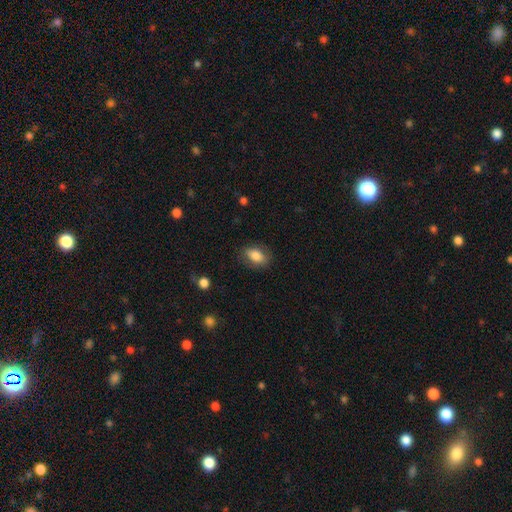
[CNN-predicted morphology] A smooth galaxy with no disk features (82%) that is in between round and cigar-shaped (84%). Merging: none (81%).